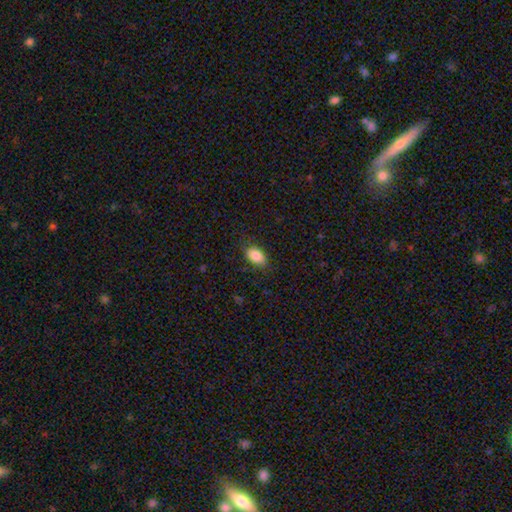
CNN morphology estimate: smooth_or_featured: smooth (p=0.86) [alt: star or artifact p=0.07]
how_rounded: in between (p=0.90) [alt: round p=0.08]
merging: none (p=0.82) [alt: minor disturbance p=0.14]